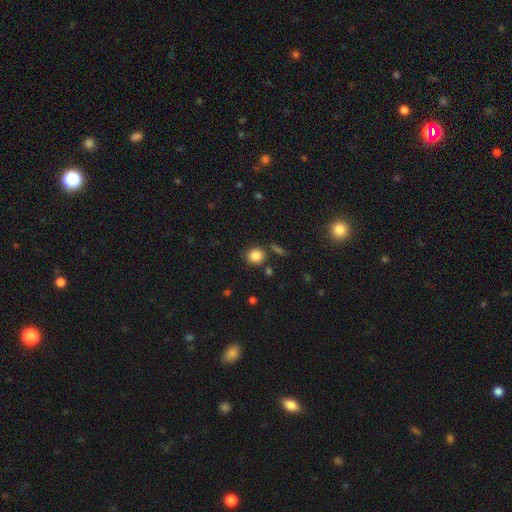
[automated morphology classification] type=smooth (84%); roundness=round (85%); merging=none (80%).